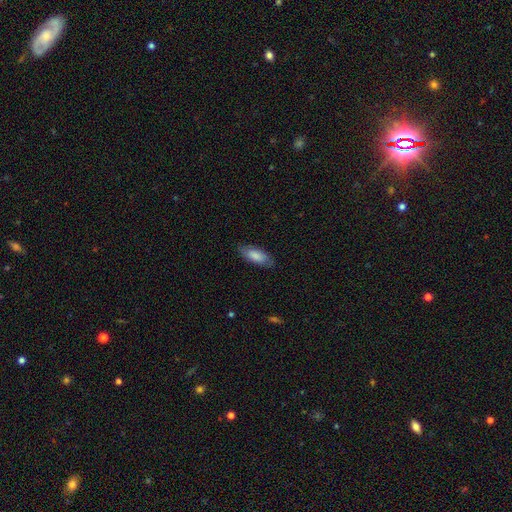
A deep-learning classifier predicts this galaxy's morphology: Smooth or featured? smooth (79%)
How rounded? in between (77%)
Merging? none (81%)